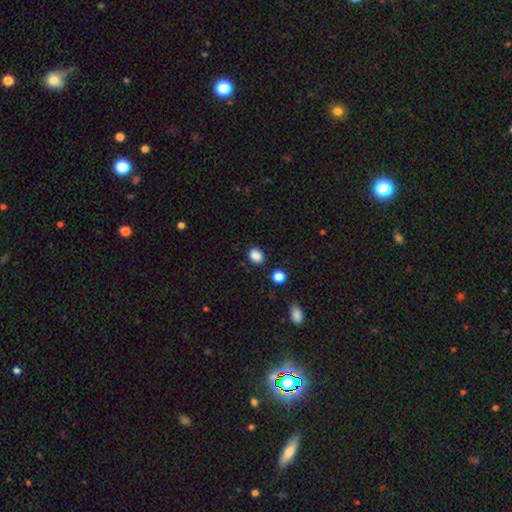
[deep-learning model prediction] smooth_or_featured: smooth (p=0.87) [alt: star or artifact p=0.10]
how_rounded: in between (p=0.52) [alt: round p=0.47]
merging: none (p=0.85) [alt: minor disturbance p=0.10]